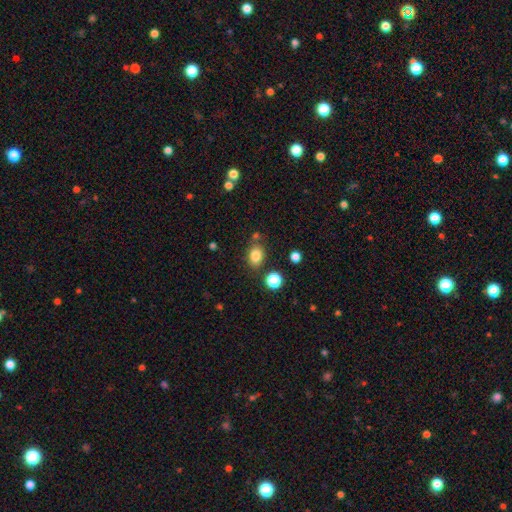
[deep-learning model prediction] Smooth or featured? Predicted: smooth (p=0.83). How rounded? Predicted: in between (p=0.61). Merging? Predicted: none (p=0.76).